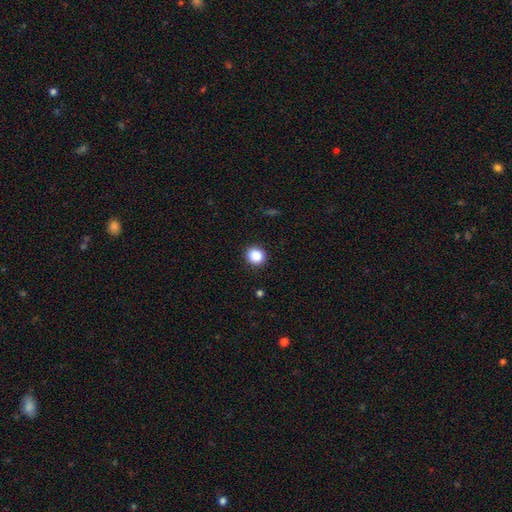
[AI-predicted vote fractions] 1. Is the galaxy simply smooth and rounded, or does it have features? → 88% smooth, 9% star or artifact, 3% featured or disk.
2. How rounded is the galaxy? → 83% round, 16% in between, 1% cigar-shaped.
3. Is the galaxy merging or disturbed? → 90% none, 7% minor disturbance, 2% major disturbance, 1% merger.